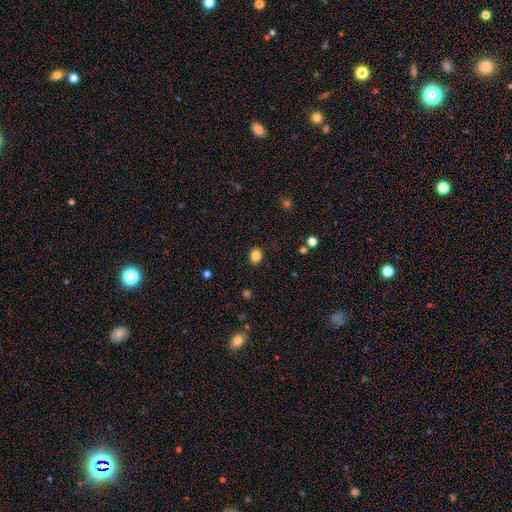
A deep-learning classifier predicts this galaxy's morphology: type=smooth (84%); roundness=round (60%); merging=none (89%).